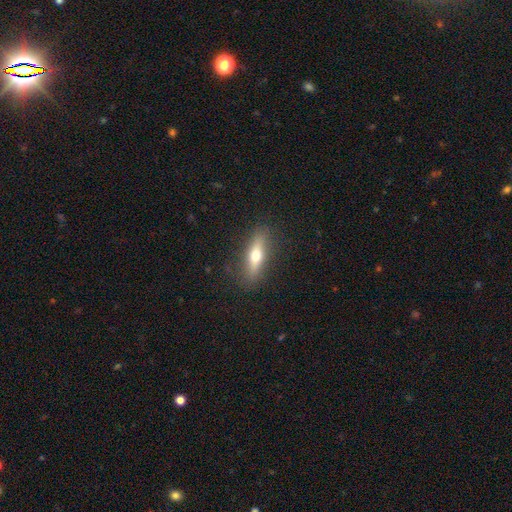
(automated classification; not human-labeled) A smooth galaxy with no disk features (55%) that is cigar-shaped (61%).

Vote fractions:
- Smooth or featured? smooth: 55% / featured or disk: 38% / star or artifact: 7%
- How rounded? cigar-shaped: 61% / in between: 35% / round: 4%
- Merging? none: 86% / minor disturbance: 10% / major disturbance: 3% / merger: 1%